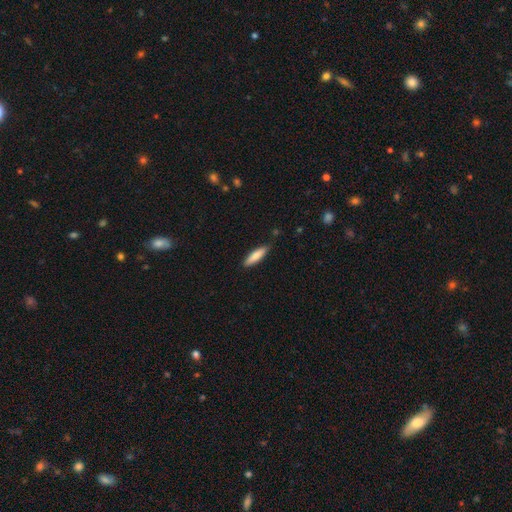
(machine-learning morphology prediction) Overall: smooth (83%). How rounded: cigar-shaped (67%; in between 31%). Merging: none (83%).